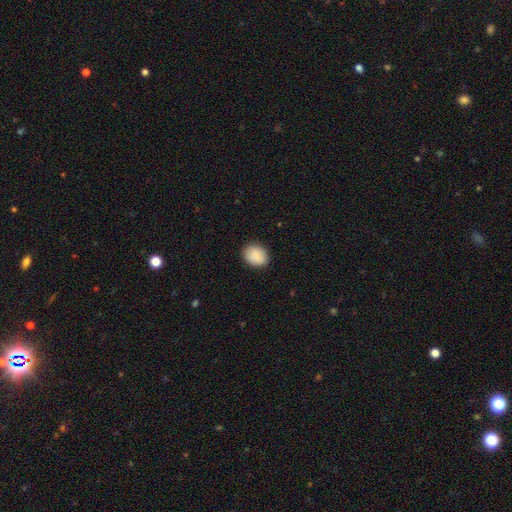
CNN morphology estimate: Smooth or featured: smooth — 88% (star or artifact — 7%)
How rounded: in between — 52% (round — 47%)
Merging: none — 87% (minor disturbance — 10%)